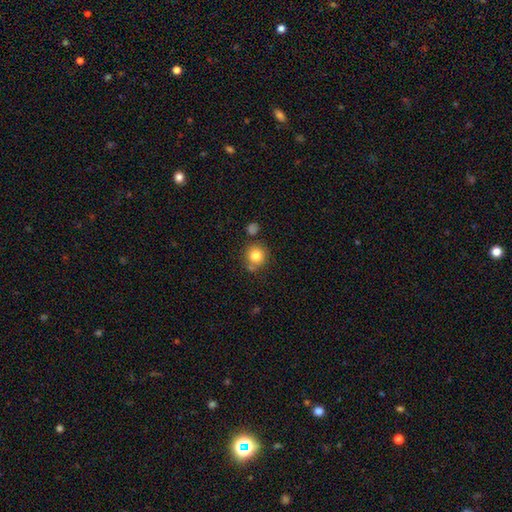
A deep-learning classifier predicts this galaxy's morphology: This appears to be a smooth galaxy with no disk features (81%) that is round (90%). Merging: none (73%).